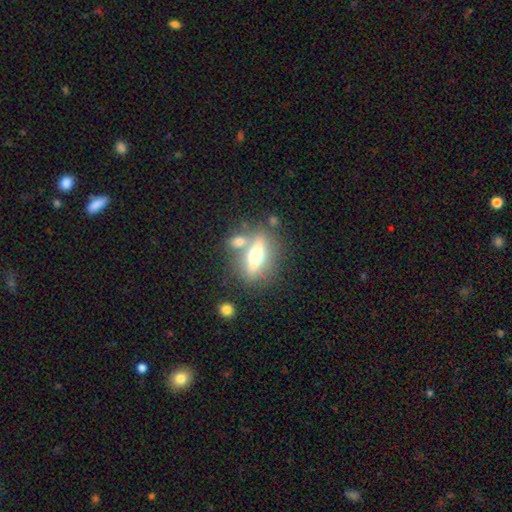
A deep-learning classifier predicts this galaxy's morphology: featured or disk 50%, smooth 41%, star or artifact 9%. Down the decision tree: merging — none (63%).